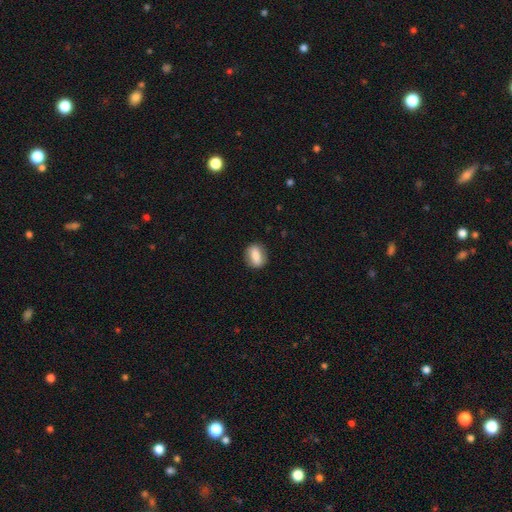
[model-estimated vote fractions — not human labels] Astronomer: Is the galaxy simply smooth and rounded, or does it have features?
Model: smooth — 79%.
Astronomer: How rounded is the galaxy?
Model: in between — 67%.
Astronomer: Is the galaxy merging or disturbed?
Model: none — 85%.